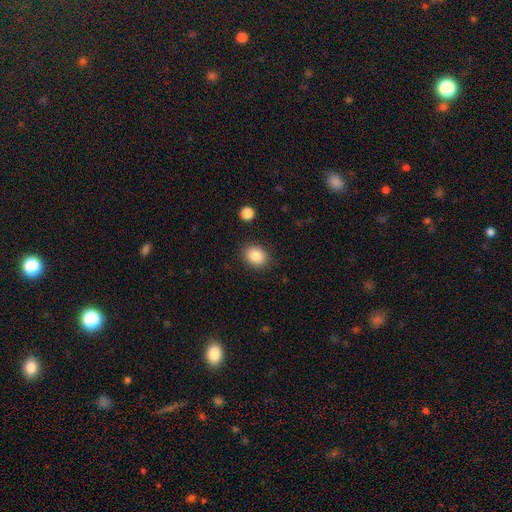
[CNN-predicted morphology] type=smooth (87%); roundness=in between (52%); merging=none (88%).